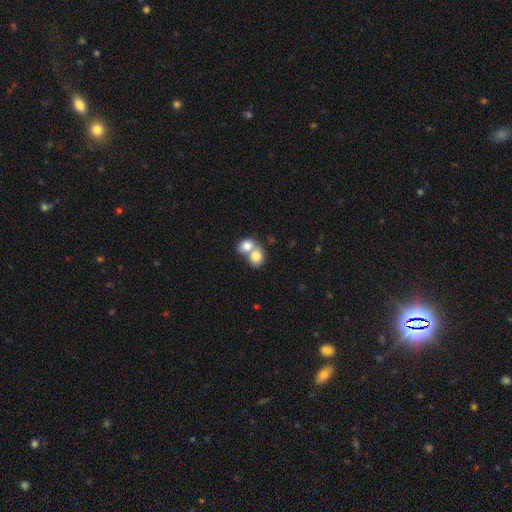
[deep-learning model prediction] A smooth galaxy with no disk features (78%) that is round (57%).

Vote fractions:
- Smooth or featured? smooth: 78% / featured or disk: 14% / star or artifact: 8%
- How rounded? round: 57% / in between: 42% / cigar-shaped: 1%
- Merging? merger: 71% / none: 21% / minor disturbance: 5% / major disturbance: 3%